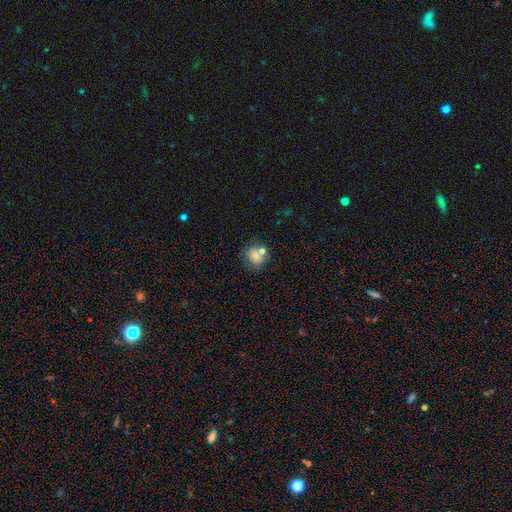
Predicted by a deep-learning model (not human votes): This is likely a smooth galaxy (70%). How rounded: likely round (78%). Merging: likely none (66%).